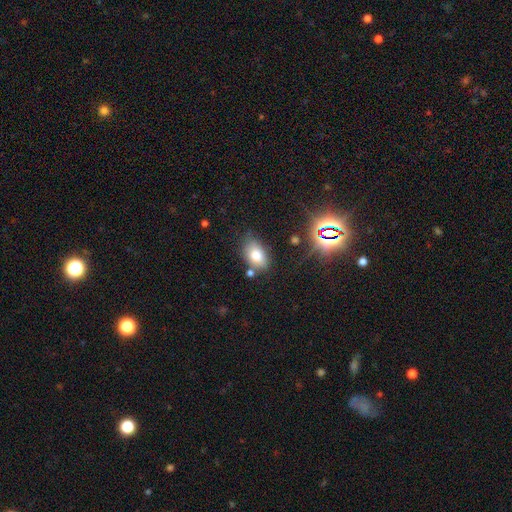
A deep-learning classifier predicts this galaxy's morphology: The model was most divided on "merging": none: 68%, minor disturbance: 18%, merger: 9%, major disturbance: 5%. More confident: how rounded — in between (85%); smooth or featured — smooth (74%).